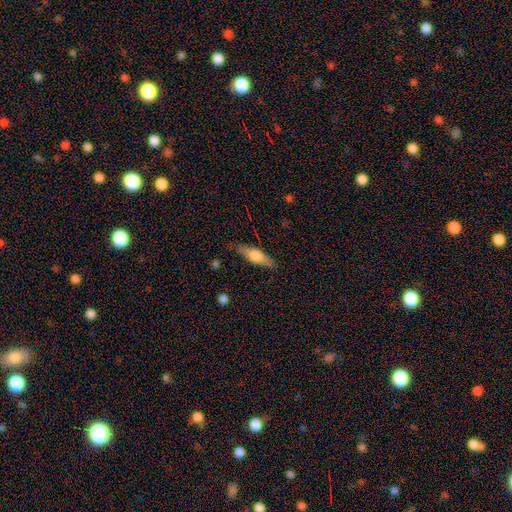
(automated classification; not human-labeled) smooth-or-featured: smooth: 55% | featured or disk: 39% | star or artifact: 6%
  how-rounded: cigar-shaped: 54% | in between: 44% | round: 3%
  merging: none: 84% | minor disturbance: 12% | major disturbance: 3% | merger: 1%